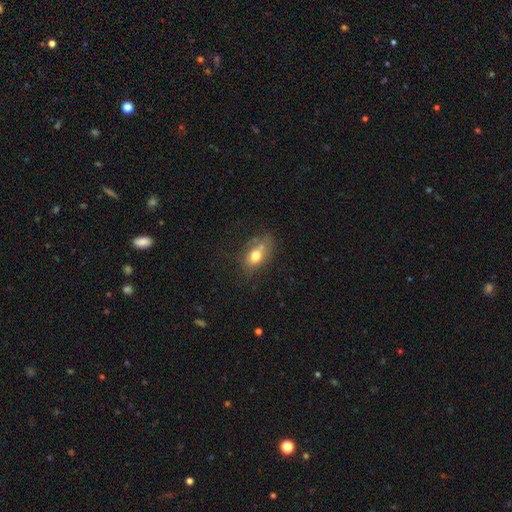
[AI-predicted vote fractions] This is likely a smooth galaxy (70%). How rounded: likely in between (76%). Merging: possibly none (48%).